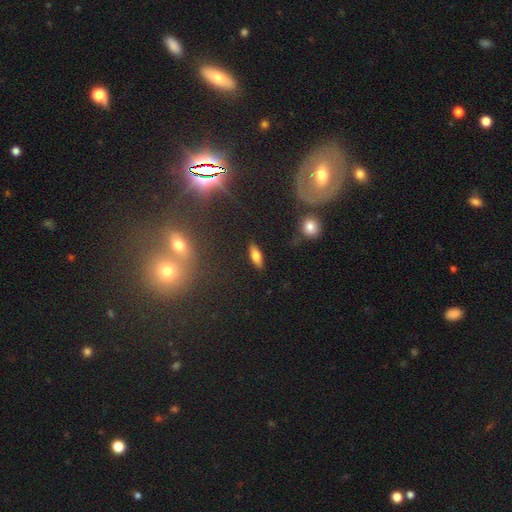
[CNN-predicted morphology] A smooth galaxy with no disk features (75%) that is in between round and cigar-shaped (72%). Merging: none (87%).